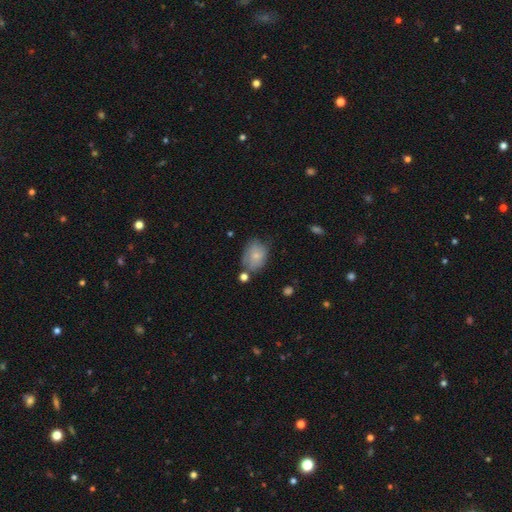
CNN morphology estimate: This is likely a smooth galaxy (70%). How rounded: likely in between (68%). Merging: possibly none (47%).